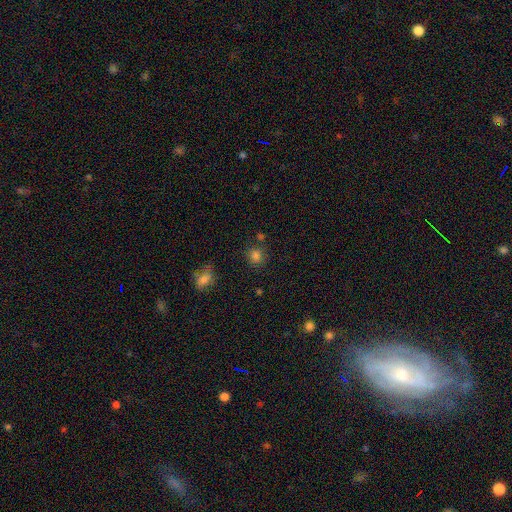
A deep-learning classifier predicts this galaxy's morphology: smooth 80%, star or artifact 15%, featured or disk 5%. Down the decision tree: how rounded — round (84%); merging — none (78%).